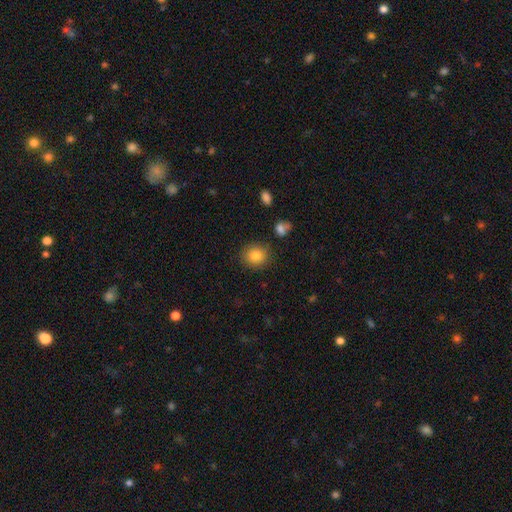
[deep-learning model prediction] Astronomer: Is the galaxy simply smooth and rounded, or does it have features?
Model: smooth — 83%.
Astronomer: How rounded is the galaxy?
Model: round — 79%.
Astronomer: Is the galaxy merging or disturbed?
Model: none — 86%.